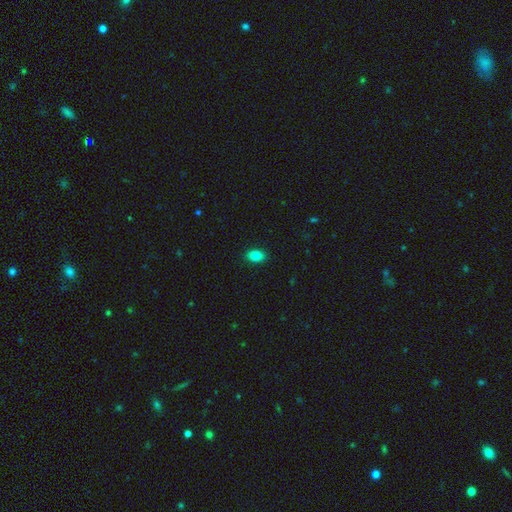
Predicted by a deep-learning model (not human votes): This is clearly a smooth galaxy (85%). How rounded: clearly in between (85%). Merging: clearly none (90%).